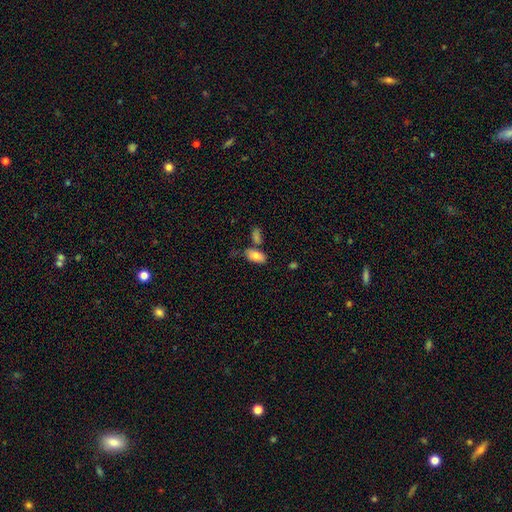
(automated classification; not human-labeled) The model was most divided on "merging": none: 60%, merger: 17%, minor disturbance: 17%, major disturbance: 5%. More confident: how rounded — in between (92%); smooth or featured — smooth (80%).